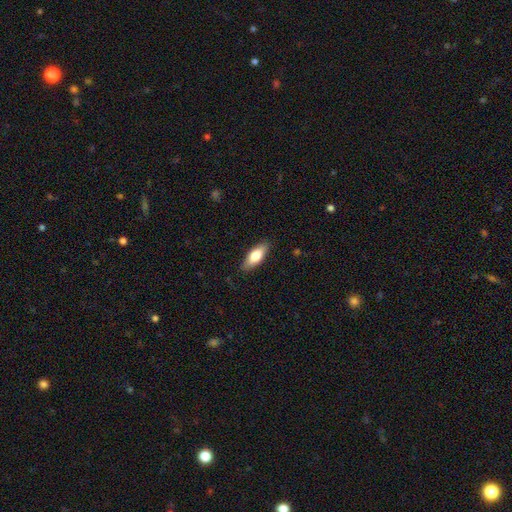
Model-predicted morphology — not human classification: Smooth or featured? Predicted: smooth (p=0.73). How rounded? Predicted: in between (p=0.74). Merging? Predicted: none (p=0.86).